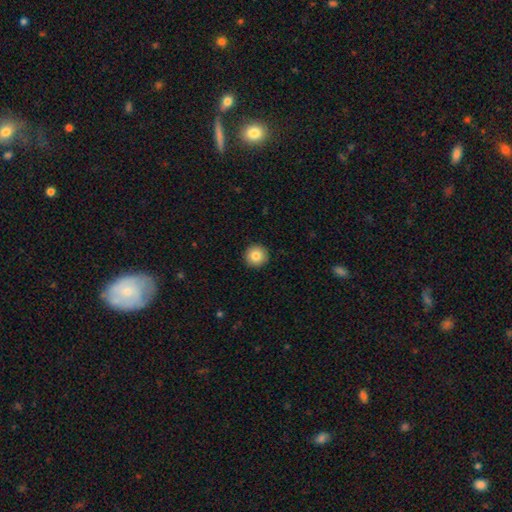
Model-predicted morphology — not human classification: The model was most divided on "smooth or featured": smooth: 84%, star or artifact: 9%, featured or disk: 8%. More confident: how rounded — round (96%); merging — none (93%).